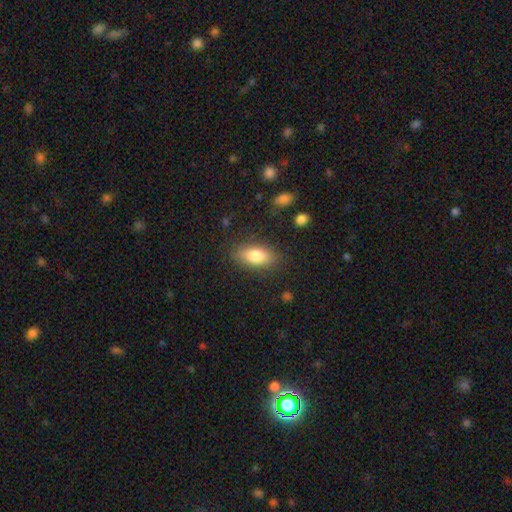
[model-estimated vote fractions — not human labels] smooth-or-featured: smooth: 81% | featured or disk: 12% | star or artifact: 7%
  how-rounded: in between: 87% | cigar-shaped: 8% | round: 5%
  merging: none: 83% | minor disturbance: 12% | major disturbance: 4% | merger: 1%